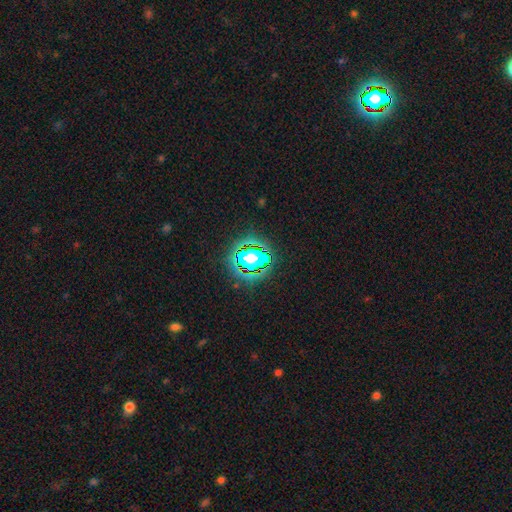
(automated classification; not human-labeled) Smooth or featured? Predicted: star or artifact (p=0.81).